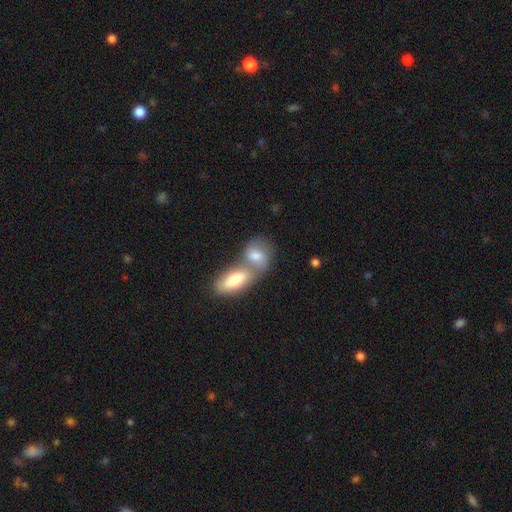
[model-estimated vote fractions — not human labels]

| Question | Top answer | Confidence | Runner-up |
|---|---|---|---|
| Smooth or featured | smooth | 74% | featured or disk (20%) |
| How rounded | in between | 70% | round (24%) |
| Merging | merger | 61% | none (28%) |